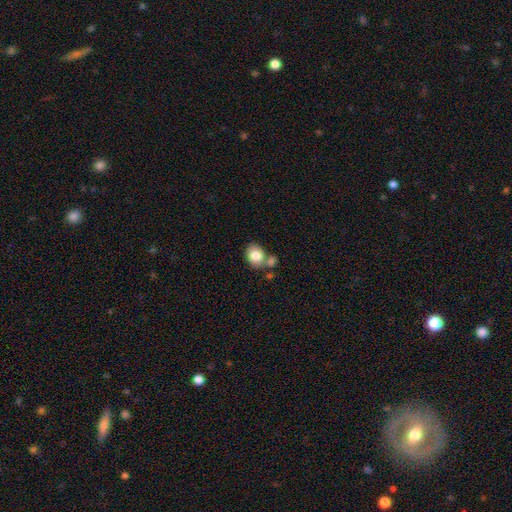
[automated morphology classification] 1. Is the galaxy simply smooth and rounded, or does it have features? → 83% smooth, 9% featured or disk, 8% star or artifact.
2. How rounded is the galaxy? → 52% in between, 47% round, 1% cigar-shaped.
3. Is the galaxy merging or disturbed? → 54% none, 28% merger, 14% minor disturbance, 5% major disturbance.